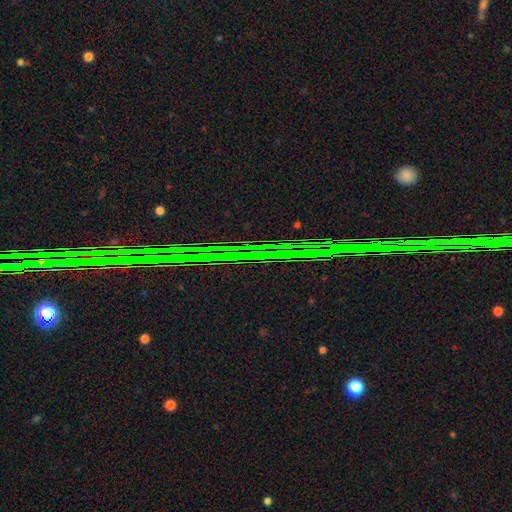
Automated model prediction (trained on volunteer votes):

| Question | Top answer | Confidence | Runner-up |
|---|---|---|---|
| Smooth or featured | star or artifact | 81% | featured or disk (11%) |